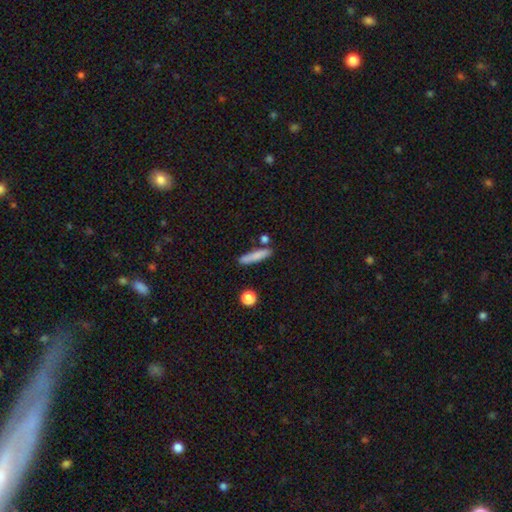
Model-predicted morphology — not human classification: Overall: smooth (80%). How rounded: cigar-shaped (85%). Merging: none (78%).